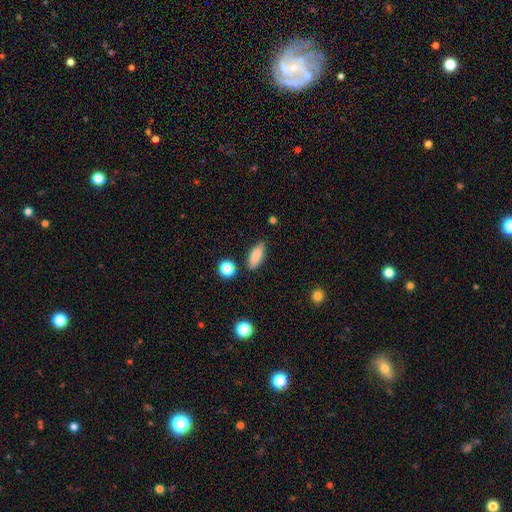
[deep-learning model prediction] smooth_or_featured: smooth (p=0.83) [alt: featured or disk p=0.09]
how_rounded: in between (p=0.74) [alt: cigar-shaped p=0.22]
merging: none (p=0.82) [alt: minor disturbance p=0.12]